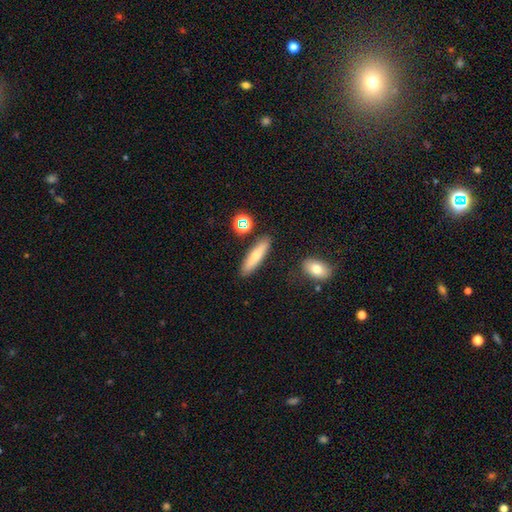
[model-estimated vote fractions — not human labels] This is likely a smooth galaxy (65%). How rounded: likely cigar-shaped (76%). Merging: clearly none (85%).